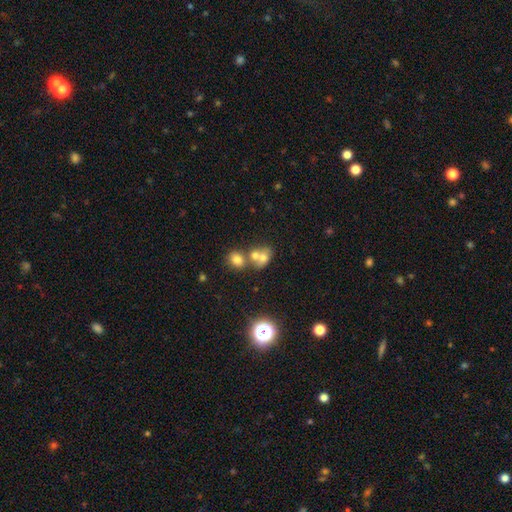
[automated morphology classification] Q: Smooth or featured?
A: smooth (58%); runner-up: star or artifact (23%)
Q: How rounded?
A: round (66%); runner-up: in between (32%)
Q: Merging?
A: merger (56%); runner-up: none (34%)